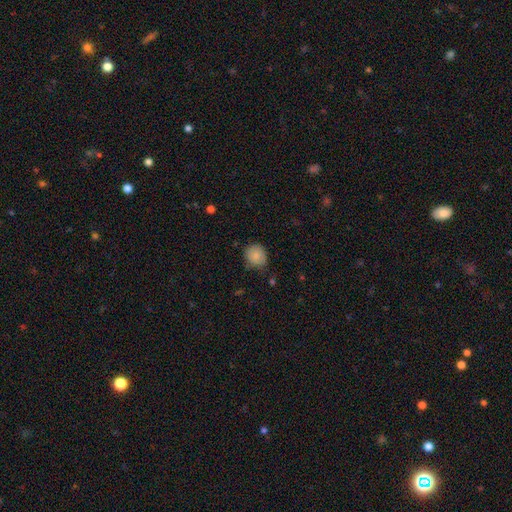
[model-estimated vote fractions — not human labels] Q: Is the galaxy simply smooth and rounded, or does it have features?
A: smooth — 85%.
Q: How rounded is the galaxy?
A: round — 78%.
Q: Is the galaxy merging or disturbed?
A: none — 72%.